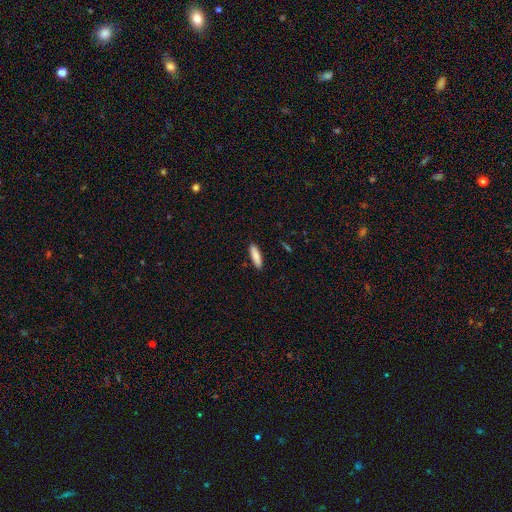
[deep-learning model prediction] Smooth or featured? Predicted: smooth (p=0.88). How rounded? Predicted: cigar-shaped (p=0.65). Merging? Predicted: none (p=0.89).